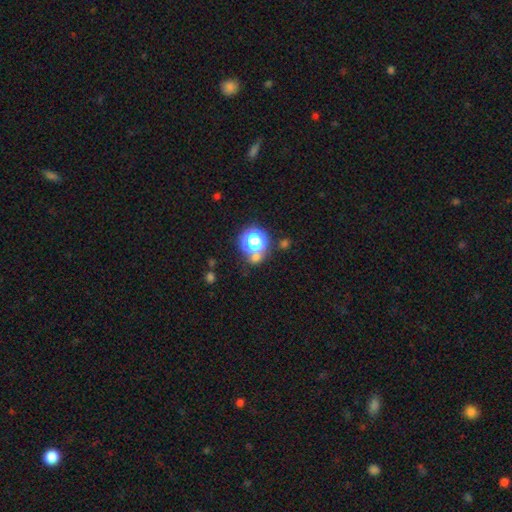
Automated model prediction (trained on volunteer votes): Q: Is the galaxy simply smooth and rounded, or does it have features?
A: smooth — 48%.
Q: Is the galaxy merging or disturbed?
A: none — 65%.